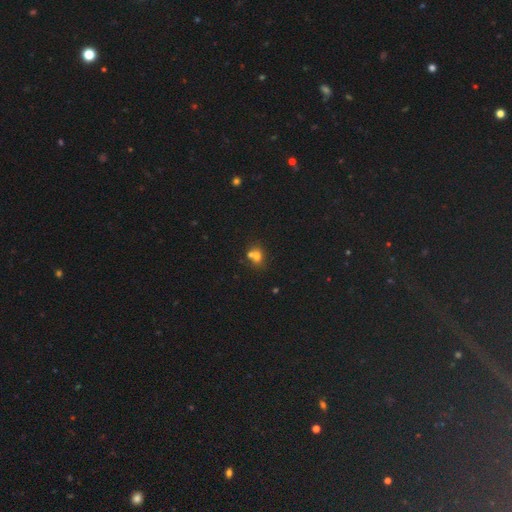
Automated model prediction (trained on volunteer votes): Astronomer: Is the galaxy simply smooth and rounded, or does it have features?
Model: smooth — 66%.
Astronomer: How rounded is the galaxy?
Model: round — 67%.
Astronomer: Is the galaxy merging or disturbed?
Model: merger — 48% (runner-up: none, 40%).